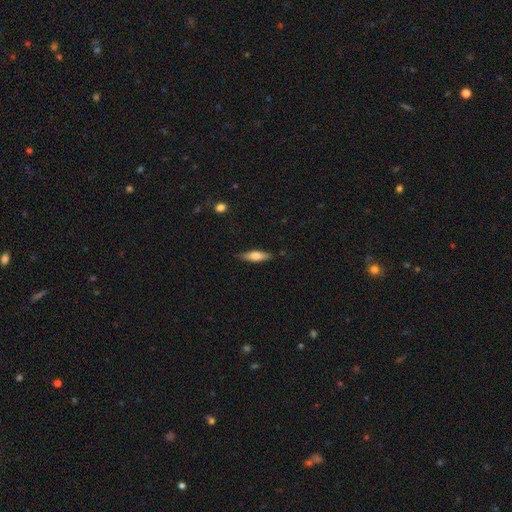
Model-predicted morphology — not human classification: Smooth or featured? smooth (67%)
How rounded? cigar-shaped (60%)
Merging? none (84%)